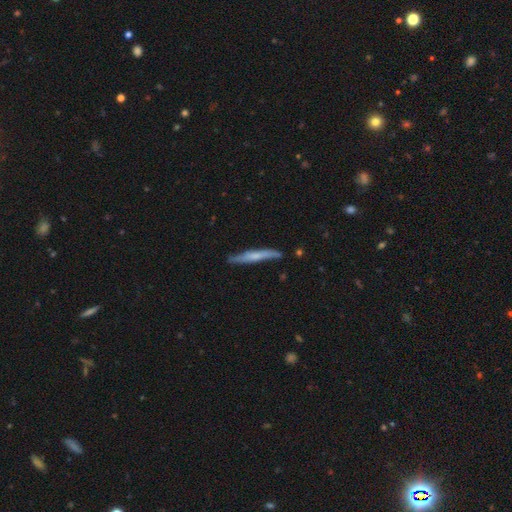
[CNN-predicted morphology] This is possibly a smooth galaxy (48%). Merging: clearly none (81%).